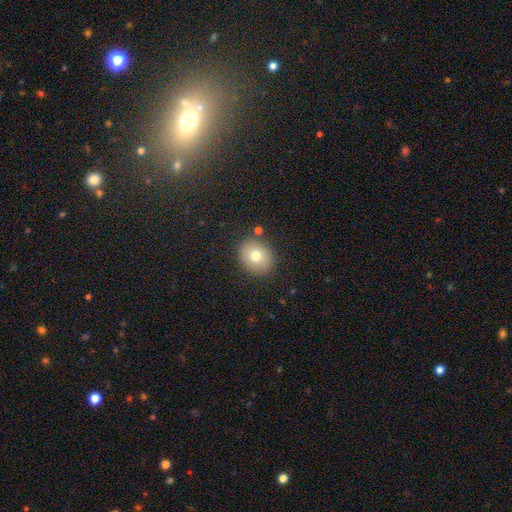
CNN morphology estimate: This is likely a smooth galaxy (75%). How rounded: likely round (68%). Merging: clearly none (85%).